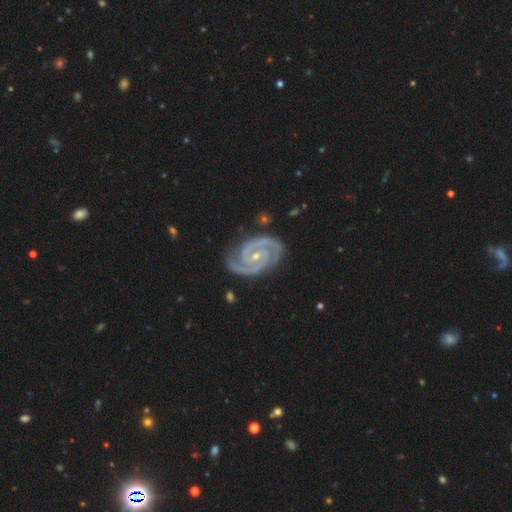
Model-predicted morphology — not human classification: The model was most divided on "bar": no: 48%, weak: 34%, strong: 18%. More confident: spiral arms — yes (99%); edge-on disk — no (98%); smooth or featured — featured or disk (94%); spiral arm count — 2 (90%); merging — none (81%); bulge size — small (69%); spiral winding — tight (67%).